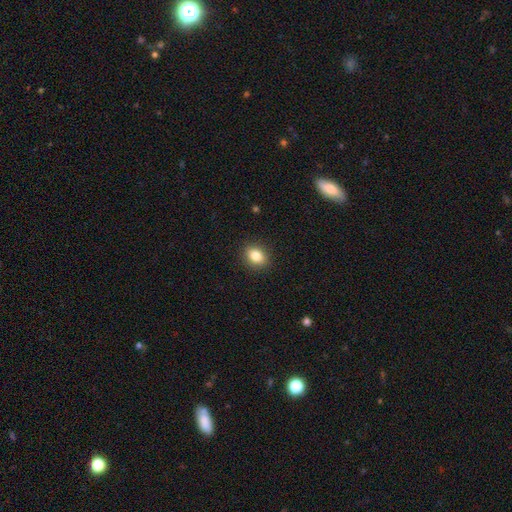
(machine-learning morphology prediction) smooth-or-featured: smooth: 84% | star or artifact: 10% | featured or disk: 6%
  how-rounded: in between: 58% | round: 41% | cigar-shaped: 1%
  merging: none: 90% | minor disturbance: 7% | major disturbance: 2% | merger: 1%